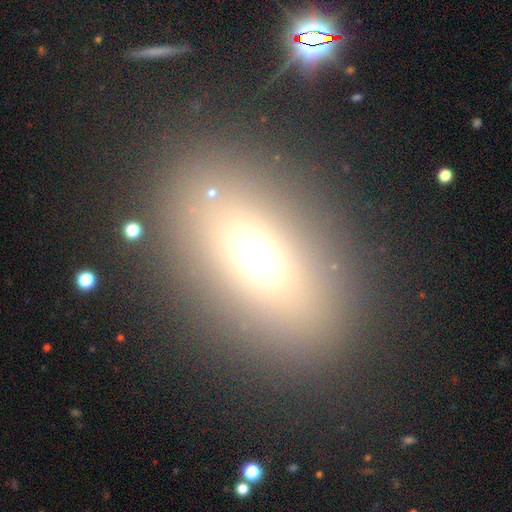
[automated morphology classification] The model was most divided on "smooth or featured": smooth: 65%, star or artifact: 18%, featured or disk: 17%. More confident: merging — none (83%); how rounded — in between (79%).